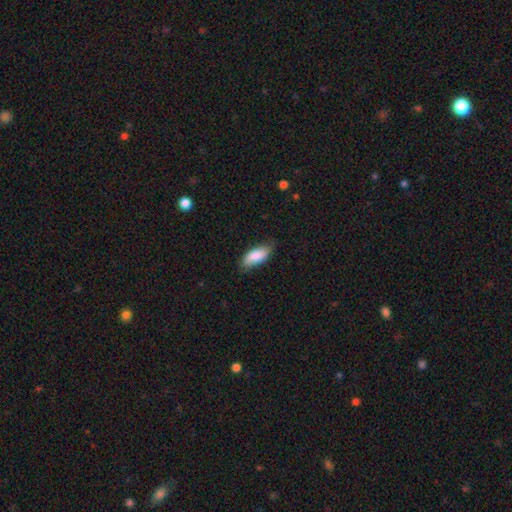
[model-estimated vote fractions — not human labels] A smooth galaxy with no disk features (82%) that is in between round and cigar-shaped (84%). Merging: none (74%).